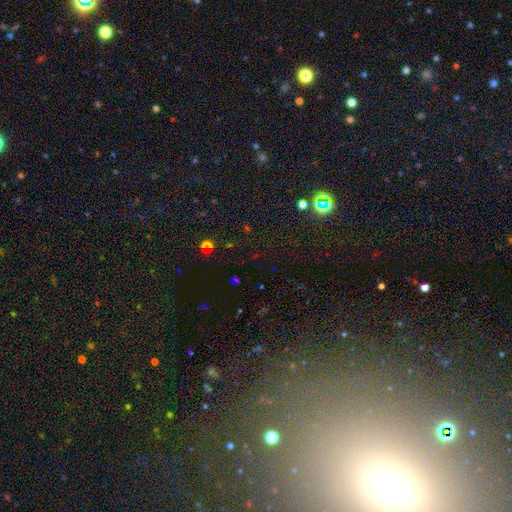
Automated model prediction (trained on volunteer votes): Smooth or featured?
  - star or artifact: 65% *
  - smooth: 26%
  - featured or disk: 8%